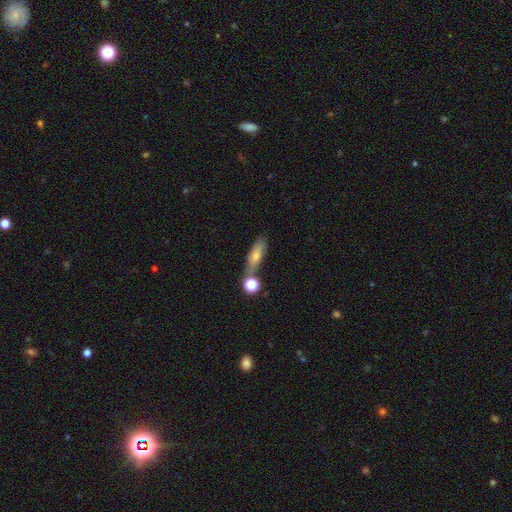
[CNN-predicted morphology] A smooth galaxy with no disk features (71%) that is in between round and cigar-shaped (52%). Merging: none (61%).